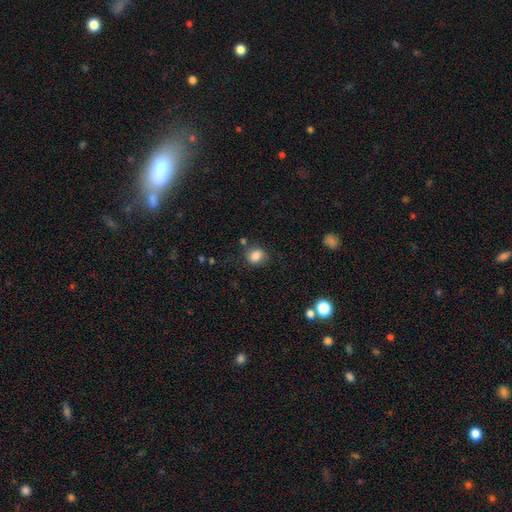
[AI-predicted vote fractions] Smooth or featured: smooth — 84% (star or artifact — 10%)
How rounded: round — 66% (in between — 33%)
Merging: none — 74% (minor disturbance — 16%)